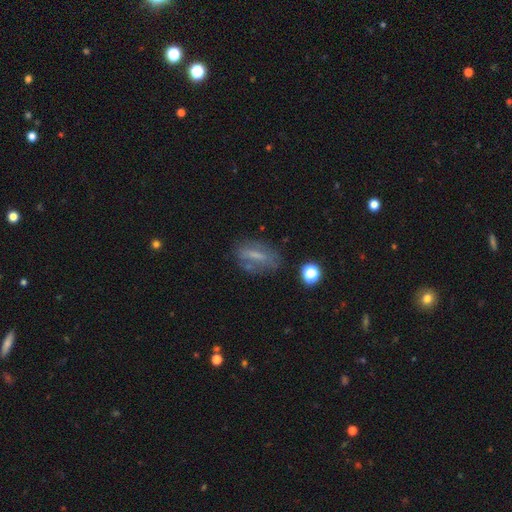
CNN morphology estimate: Smooth or featured?
  - smooth: 49% *
  - featured or disk: 38%
  - star or artifact: 13%
Merging?
  - none: 64% *
  - minor disturbance: 21%
  - major disturbance: 11%
  - merger: 4%